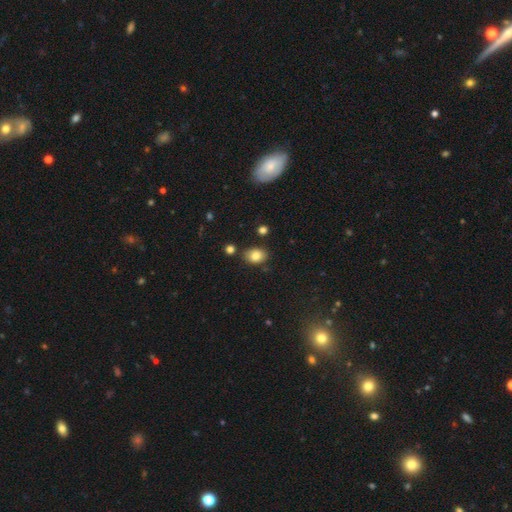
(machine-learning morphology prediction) This appears to be a smooth galaxy with no disk features (82%) that is in between round and cigar-shaped (69%). Merging: none (79%).